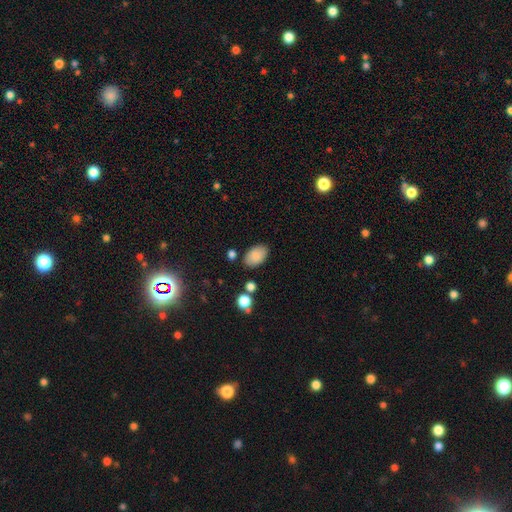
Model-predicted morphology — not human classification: Smooth or featured? Predicted: smooth (p=0.86). How rounded? Predicted: in between (p=0.91). Merging? Predicted: none (p=0.83).